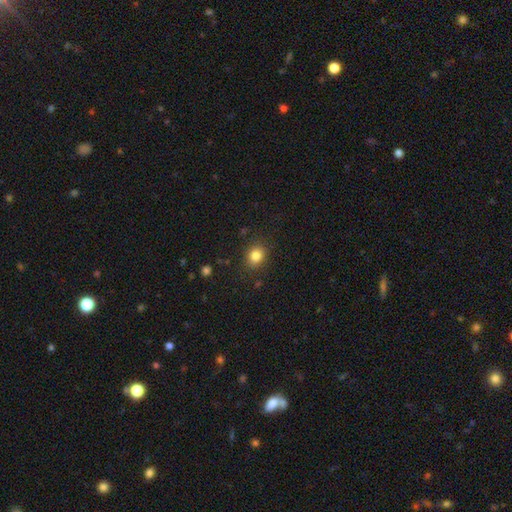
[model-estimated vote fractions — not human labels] A smooth galaxy with no disk features (83%) that is round (62%).

Vote fractions:
- Smooth or featured? smooth: 83% / star or artifact: 11% / featured or disk: 6%
- How rounded? round: 62% / in between: 37% / cigar-shaped: 1%
- Merging? none: 85% / minor disturbance: 10% / major disturbance: 3% / merger: 2%